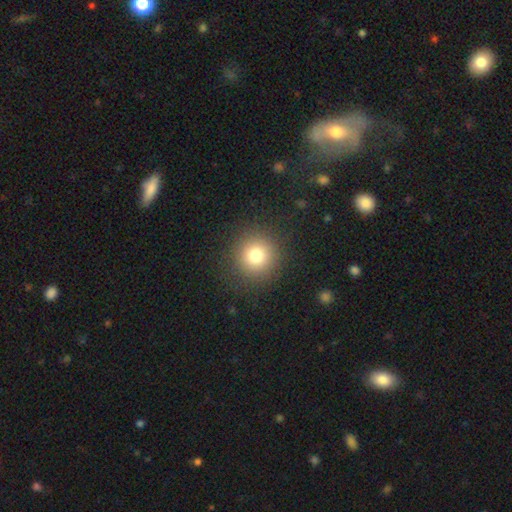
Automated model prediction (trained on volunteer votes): Smooth or featured: smooth — 78% (star or artifact — 14%)
How rounded: round — 94% (in between — 5%)
Merging: none — 90% (minor disturbance — 6%)